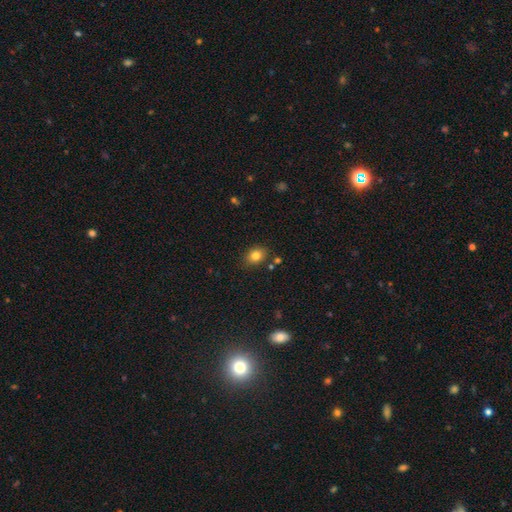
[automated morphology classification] A smooth galaxy with no disk features (81%) that is in between round and cigar-shaped (52%).

Vote fractions:
- Smooth or featured? smooth: 81% / star or artifact: 11% / featured or disk: 8%
- How rounded? in between: 52% / round: 47% / cigar-shaped: 1%
- Merging? none: 81% / minor disturbance: 12% / merger: 4% / major disturbance: 3%